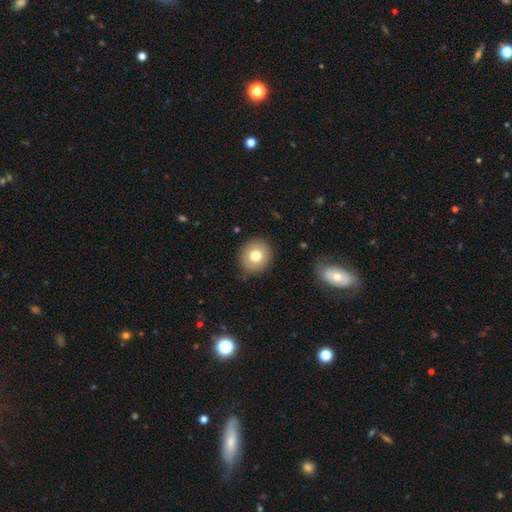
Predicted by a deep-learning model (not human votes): This appears to be a smooth galaxy with no disk features (76%) that is round (87%). Merging: none (87%).